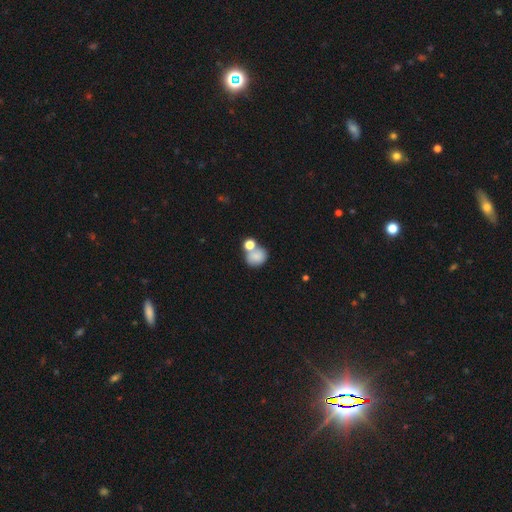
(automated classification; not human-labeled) Q: Smooth or featured?
A: smooth (79%); runner-up: featured or disk (11%)
Q: How rounded?
A: round (67%); runner-up: in between (32%)
Q: Merging?
A: none (42%); runner-up: merger (39%)